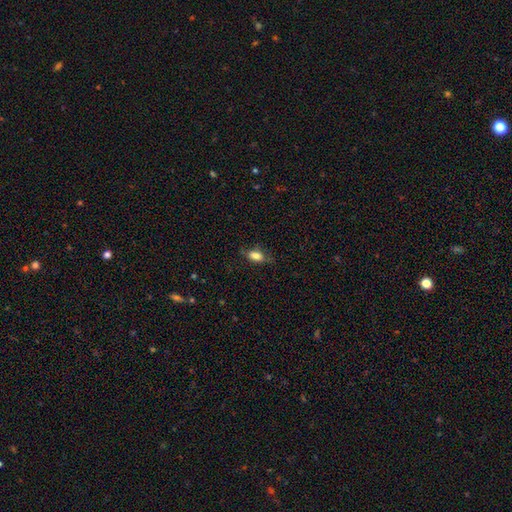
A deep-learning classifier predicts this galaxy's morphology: The model was most divided on "merging": none: 67%, minor disturbance: 24%, major disturbance: 8%, merger: 1%. More confident: how rounded — in between (85%); smooth or featured — smooth (80%).